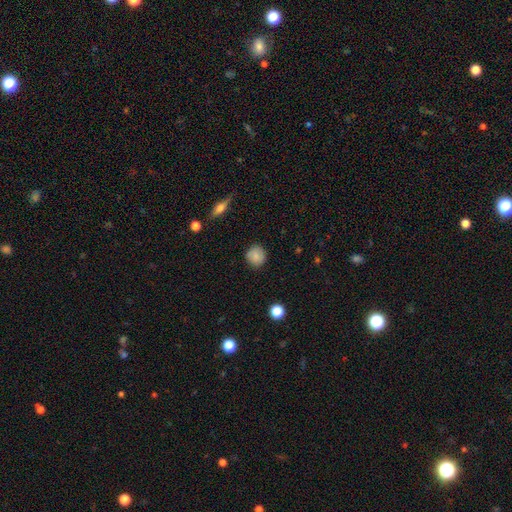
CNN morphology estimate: This appears to be a smooth galaxy with no disk features (83%) that is round (91%). Merging: none (86%).